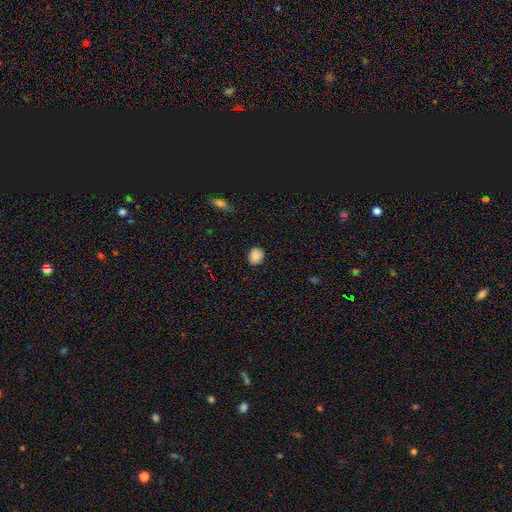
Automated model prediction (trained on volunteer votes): smooth 87%, star or artifact 9%, featured or disk 4%. Down the decision tree: how rounded — round (60%); merging — none (85%).